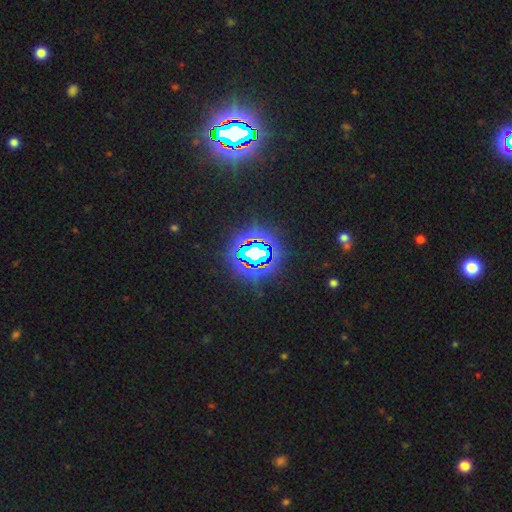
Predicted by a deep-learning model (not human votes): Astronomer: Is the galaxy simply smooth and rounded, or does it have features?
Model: star or artifact — 81%.